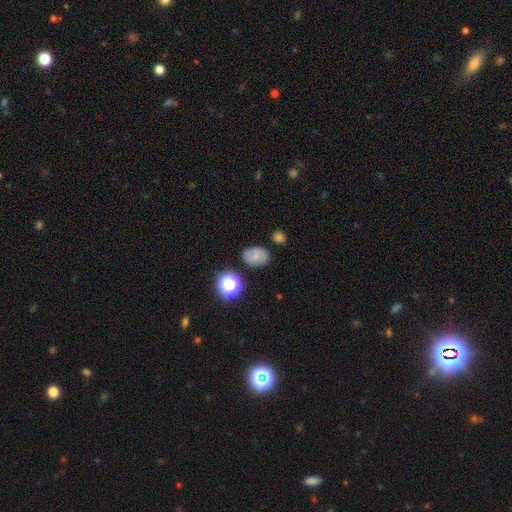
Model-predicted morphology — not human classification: Q: Smooth or featured?
A: smooth (62%); runner-up: featured or disk (24%)
Q: How rounded?
A: in between (67%); runner-up: round (31%)
Q: Merging?
A: none (80%); runner-up: minor disturbance (13%)